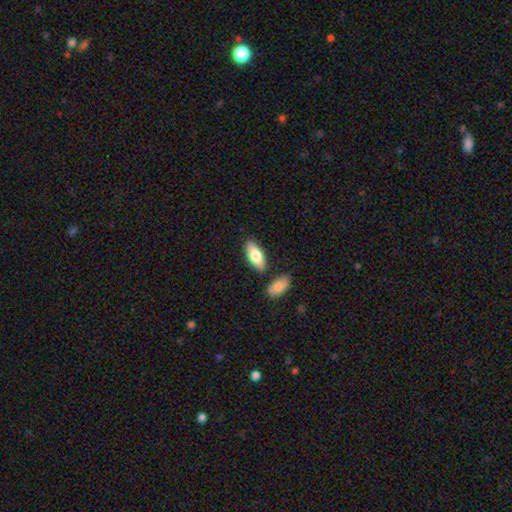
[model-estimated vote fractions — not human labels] Smooth or featured? Predicted: smooth (p=0.73). How rounded? Predicted: in between (p=0.78). Merging? Predicted: none (p=0.79).